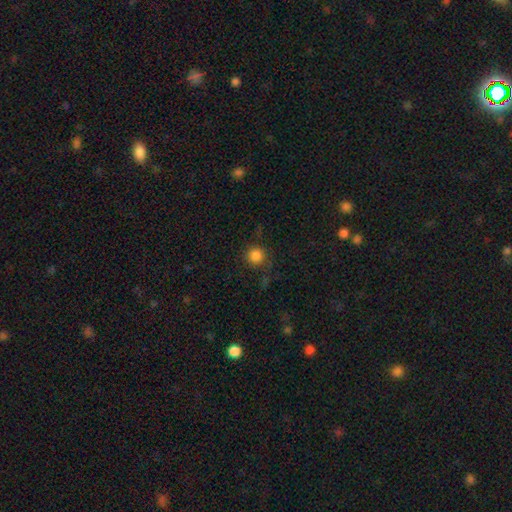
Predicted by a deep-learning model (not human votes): Overall: smooth (84%). How rounded: round (94%). Merging: none (84%).